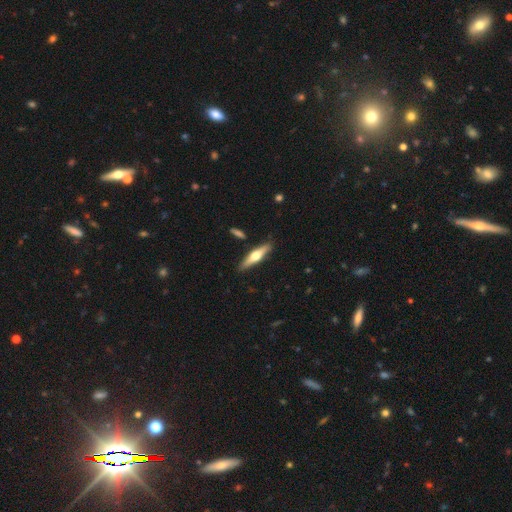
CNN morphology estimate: featured or disk 53%, smooth 42%, star or artifact 5%. Down the decision tree: edge-on disk — yes (93%); merging — none (86%).